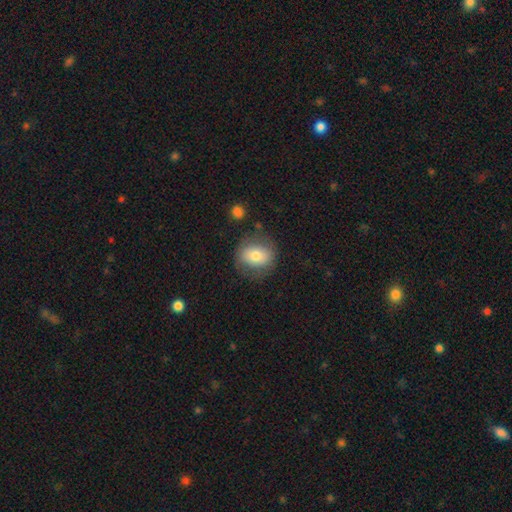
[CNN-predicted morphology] smooth 72%, featured or disk 20%, star or artifact 8%. Down the decision tree: how rounded — round (58%); merging — none (73%).